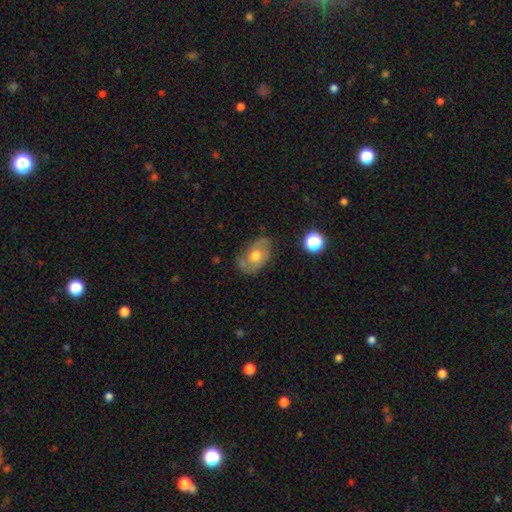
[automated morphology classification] Smooth or featured? smooth (56%)
How rounded? in between (78%)
Merging? none (62%)